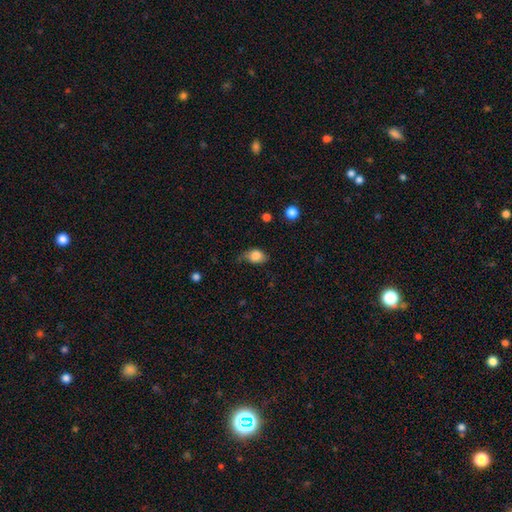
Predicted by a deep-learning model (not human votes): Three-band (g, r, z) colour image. It shows a smooth galaxy with no disk features (82%) that is in between round and cigar-shaped (74%). Merging: none (48%).